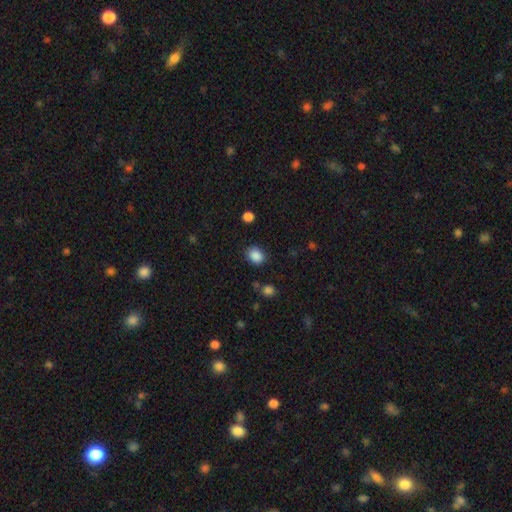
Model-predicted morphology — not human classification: Smooth or featured: smooth — 87% (star or artifact — 10%)
How rounded: round — 50% (in between — 49%)
Merging: none — 84% (minor disturbance — 10%)